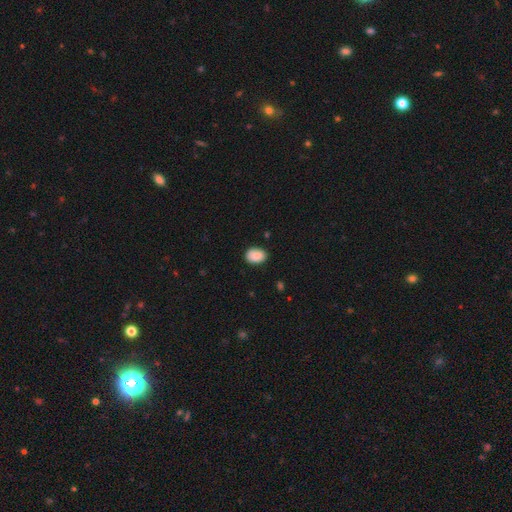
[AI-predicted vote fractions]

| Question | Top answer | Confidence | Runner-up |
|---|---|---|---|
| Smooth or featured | smooth | 87% | star or artifact (7%) |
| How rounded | in between | 80% | round (19%) |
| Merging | none | 82% | minor disturbance (14%) |